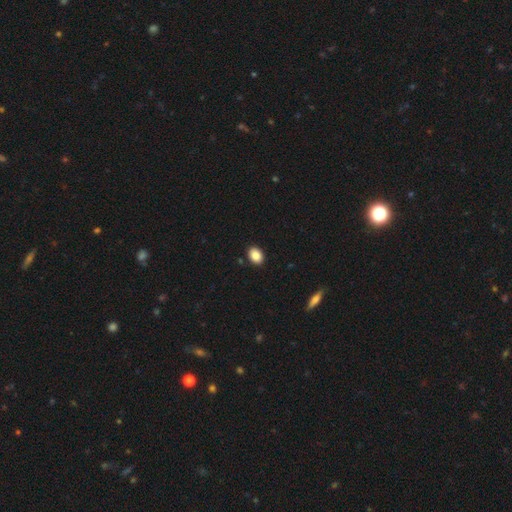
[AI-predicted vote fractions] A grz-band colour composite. It shows a smooth galaxy with no disk features (87%) that is in between round and cigar-shaped (75%). Merging: none (90%).